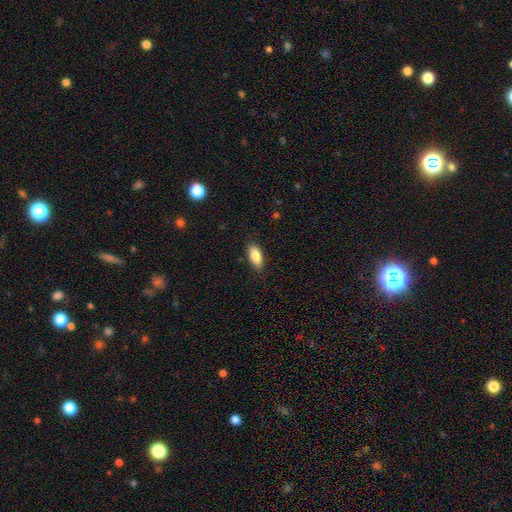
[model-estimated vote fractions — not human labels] Smooth or featured?
  - smooth: 86% *
  - featured or disk: 7%
  - star or artifact: 7%
How rounded?
  - in between: 85% *
  - cigar-shaped: 13%
  - round: 2%
Merging?
  - none: 85% *
  - minor disturbance: 11%
  - major disturbance: 2%
  - merger: 1%